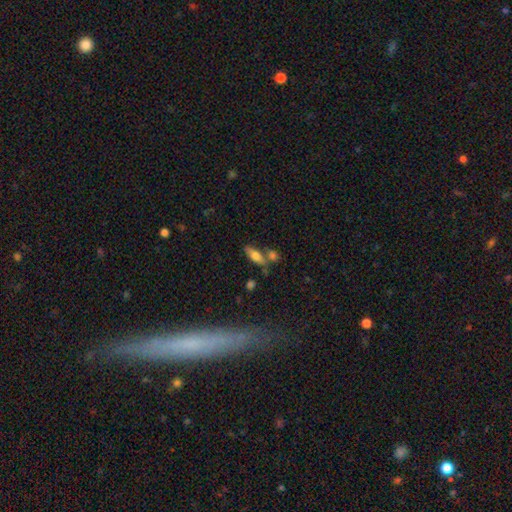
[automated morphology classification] Smooth or featured: smooth — 69% (featured or disk — 23%)
How rounded: in between — 67% (cigar-shaped — 30%)
Merging: none — 58% (merger — 24%)